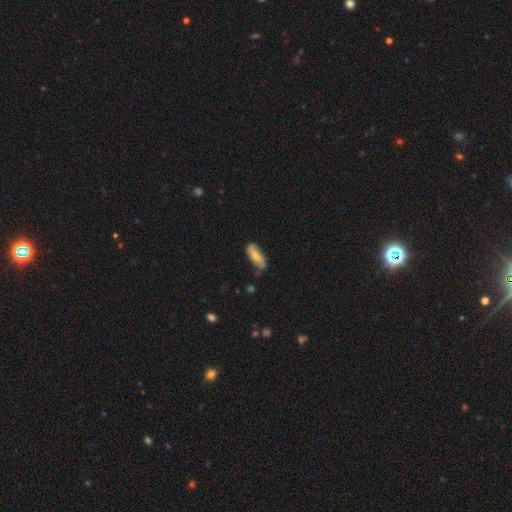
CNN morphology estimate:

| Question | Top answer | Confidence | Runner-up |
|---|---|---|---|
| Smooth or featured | smooth | 56% | featured or disk (38%) |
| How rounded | in between | 75% | cigar-shaped (22%) |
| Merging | none | 69% | minor disturbance (24%) |